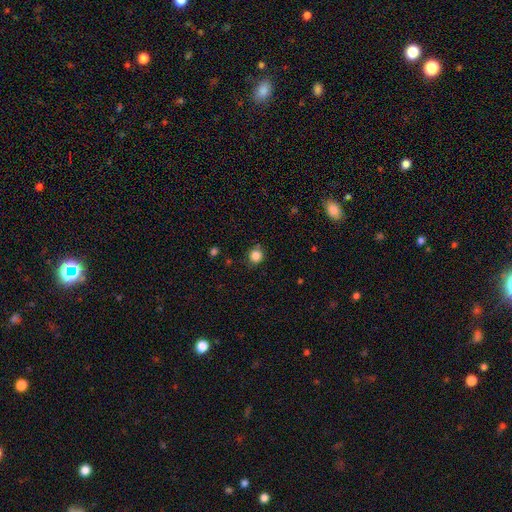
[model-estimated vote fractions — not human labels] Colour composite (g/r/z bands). It shows a smooth galaxy with no disk features (85%) that is round (91%). Merging: none (85%).